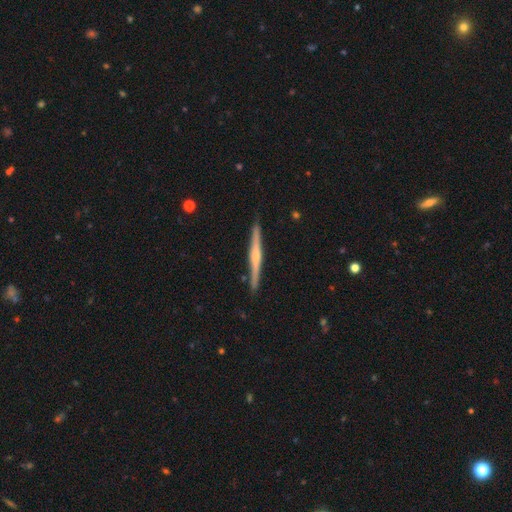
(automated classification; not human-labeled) Smooth or featured? featured or disk (71%)
Edge-on disk? yes (98%)
Edge-on bulge? rounded (64%)
Merging? none (90%)